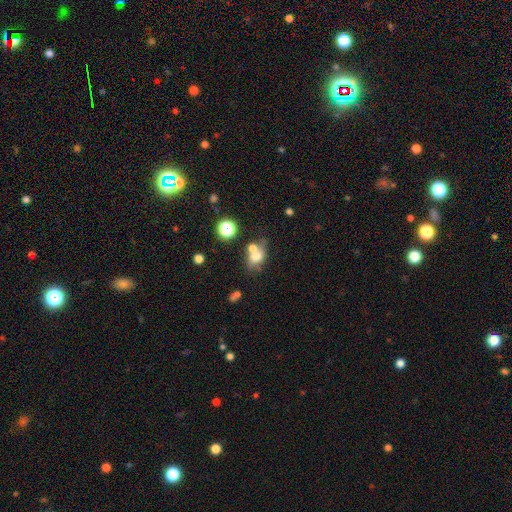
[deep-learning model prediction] Smooth or featured?
  - smooth: 66% *
  - featured or disk: 20%
  - star or artifact: 15%
How rounded?
  - in between: 59% *
  - round: 38%
  - cigar-shaped: 3%
Merging?
  - none: 43% *
  - merger: 35%
  - minor disturbance: 14%
  - major disturbance: 7%